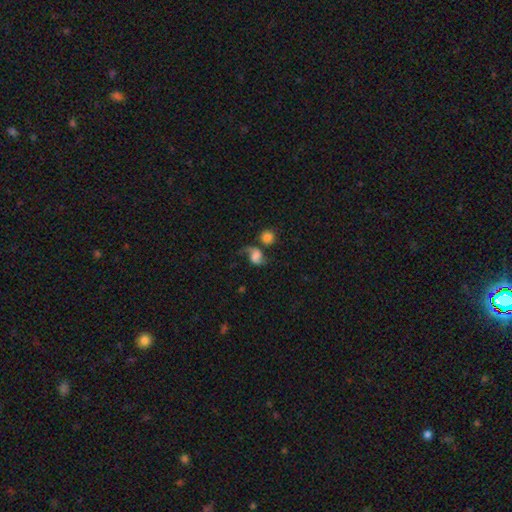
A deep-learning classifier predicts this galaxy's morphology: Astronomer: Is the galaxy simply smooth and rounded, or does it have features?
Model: featured or disk — 58%.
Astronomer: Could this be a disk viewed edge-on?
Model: no — 97%.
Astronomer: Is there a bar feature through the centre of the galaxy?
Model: no — 49% (runner-up: weak, 38%).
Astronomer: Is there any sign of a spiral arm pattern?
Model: yes — 91%.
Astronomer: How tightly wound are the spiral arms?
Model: loose — 74%.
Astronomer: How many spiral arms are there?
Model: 2 — 77%.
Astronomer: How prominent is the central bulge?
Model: none — 29% (runner-up: large, 23%).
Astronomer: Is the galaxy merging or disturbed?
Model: none — 43% (runner-up: merger, 22%).